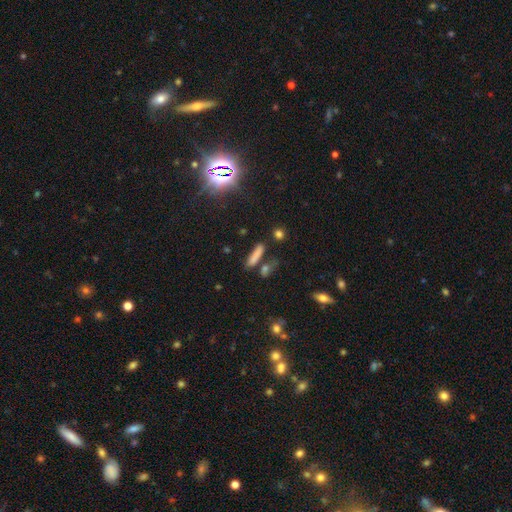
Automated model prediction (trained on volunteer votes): Q: Smooth or featured?
A: smooth (75%); runner-up: star or artifact (13%)
Q: How rounded?
A: cigar-shaped (78%); runner-up: in between (18%)
Q: Merging?
A: none (69%); runner-up: minor disturbance (15%)